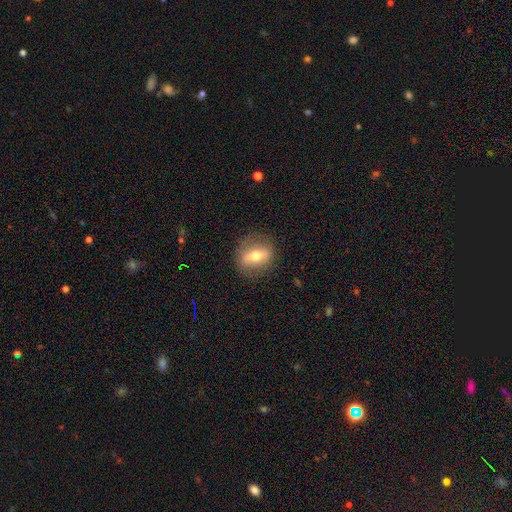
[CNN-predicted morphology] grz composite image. It shows a smooth galaxy with no disk features (49%). Merging: none (81%).